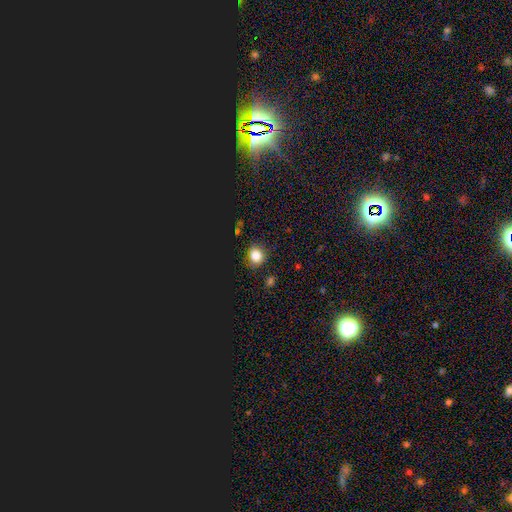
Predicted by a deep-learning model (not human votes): smooth_or_featured: smooth (p=0.77) [alt: star or artifact p=0.17]
how_rounded: round (p=0.75) [alt: in between p=0.23]
merging: none (p=0.80) [alt: minor disturbance p=0.14]